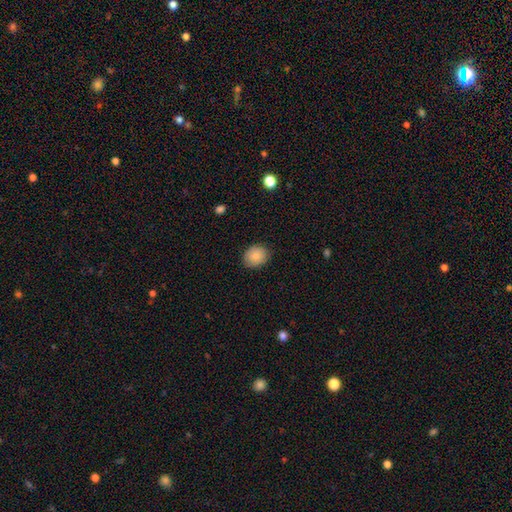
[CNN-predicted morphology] A smooth galaxy with no disk features (88%) that is round (60%). Merging: none (85%).